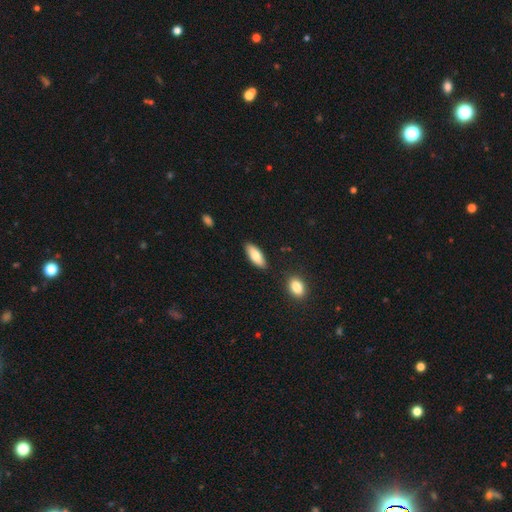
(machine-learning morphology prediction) Smooth or featured?
  - smooth: 79% *
  - featured or disk: 15%
  - star or artifact: 6%
How rounded?
  - in between: 74% *
  - cigar-shaped: 24%
  - round: 2%
Merging?
  - none: 85% *
  - minor disturbance: 10%
  - merger: 3%
  - major disturbance: 2%